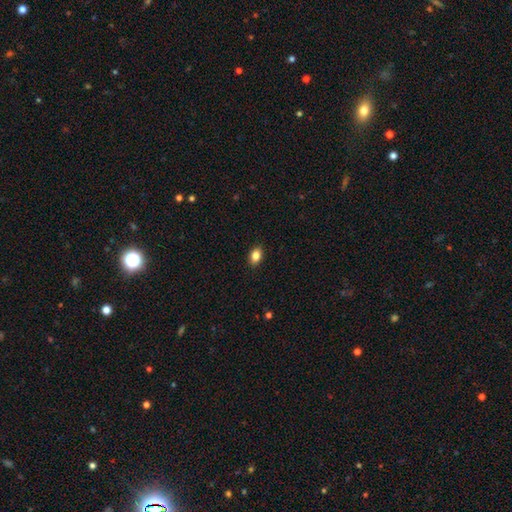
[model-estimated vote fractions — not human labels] Smooth or featured?
  - smooth: 85% *
  - star or artifact: 9%
  - featured or disk: 6%
How rounded?
  - in between: 82% *
  - round: 16%
  - cigar-shaped: 2%
Merging?
  - none: 90% *
  - minor disturbance: 8%
  - major disturbance: 2%
  - merger: 1%